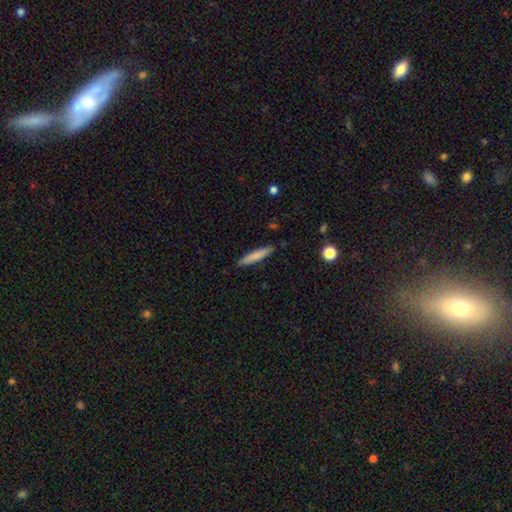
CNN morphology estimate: smooth-or-featured: smooth: 79% | featured or disk: 15% | star or artifact: 6%
  how-rounded: cigar-shaped: 91% | in between: 7% | round: 1%
  merging: none: 89% | minor disturbance: 9% | major disturbance: 2% | merger: 1%